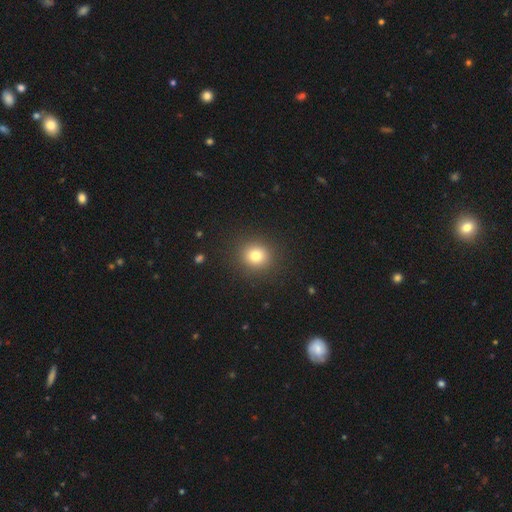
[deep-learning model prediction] A smooth galaxy with no disk features (80%) that is round (86%).

Vote fractions:
- Smooth or featured? smooth: 80% / star or artifact: 13% / featured or disk: 7%
- How rounded? round: 86% / in between: 13% / cigar-shaped: 1%
- Merging? none: 90% / minor disturbance: 6% / major disturbance: 3% / merger: 1%